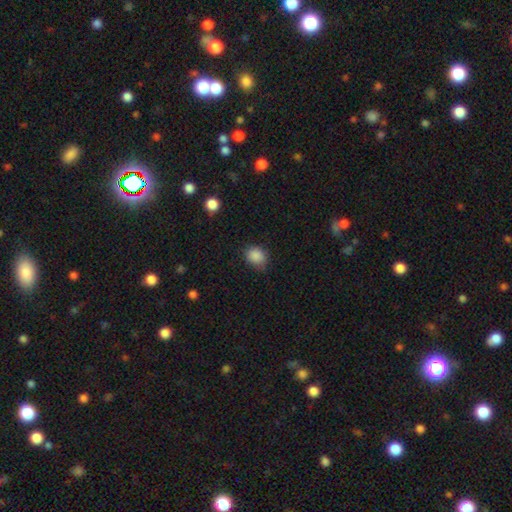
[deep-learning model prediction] Smooth or featured?
  - smooth: 87% *
  - star or artifact: 10%
  - featured or disk: 3%
How rounded?
  - round: 57% *
  - in between: 42%
  - cigar-shaped: 1%
Merging?
  - none: 74% *
  - minor disturbance: 21%
  - major disturbance: 4%
  - merger: 1%